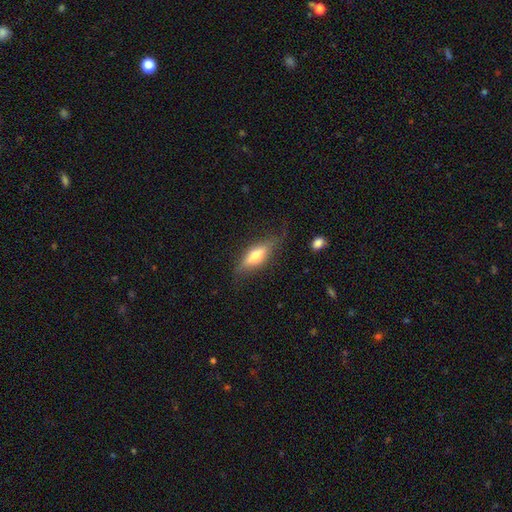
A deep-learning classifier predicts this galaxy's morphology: smooth-or-featured: smooth: 50% | featured or disk: 43% | star or artifact: 7%
  how-rounded: in between: 53% | cigar-shaped: 44% | round: 3%
  merging: none: 72% | minor disturbance: 20% | major disturbance: 7% | merger: 2%